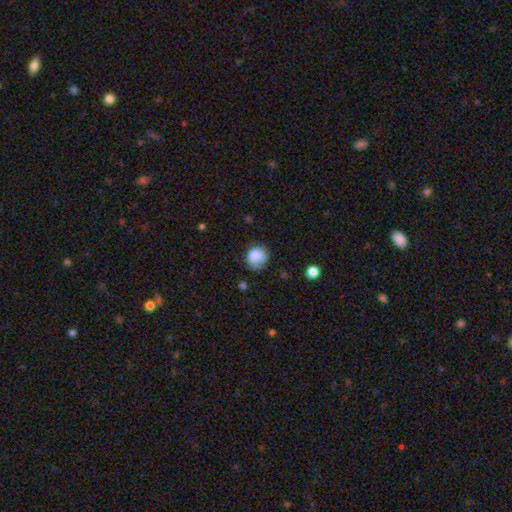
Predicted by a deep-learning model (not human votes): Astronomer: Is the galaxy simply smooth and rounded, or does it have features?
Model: smooth — 83%.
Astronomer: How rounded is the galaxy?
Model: round — 78%.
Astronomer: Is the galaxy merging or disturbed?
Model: none — 62%.